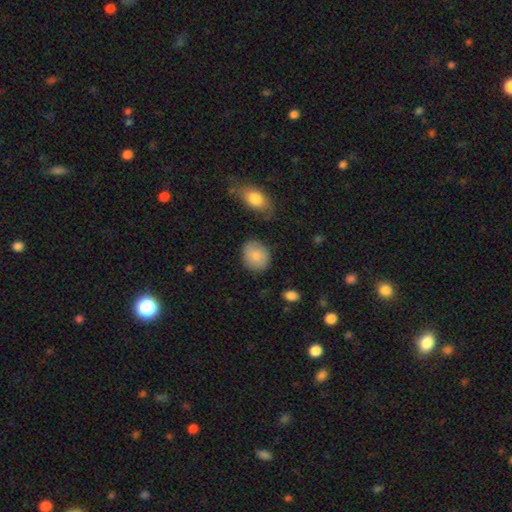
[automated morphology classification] smooth 83%, featured or disk 10%, star or artifact 7%. Down the decision tree: how rounded — round (62%); merging — none (80%).